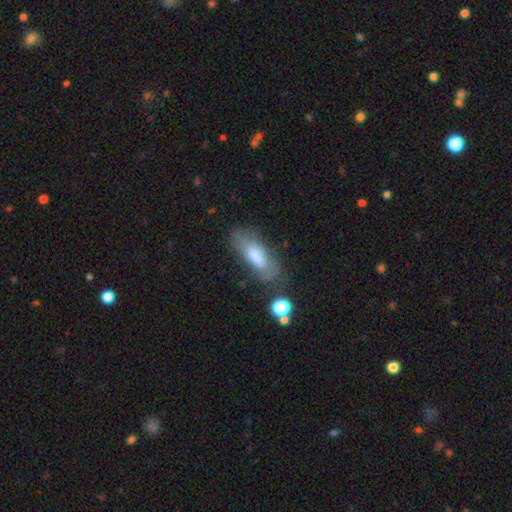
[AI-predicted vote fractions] The model was most divided on "how rounded": in between: 62%, cigar-shaped: 36%, round: 2%. More confident: smooth or featured — smooth (67%); merging — none (67%).